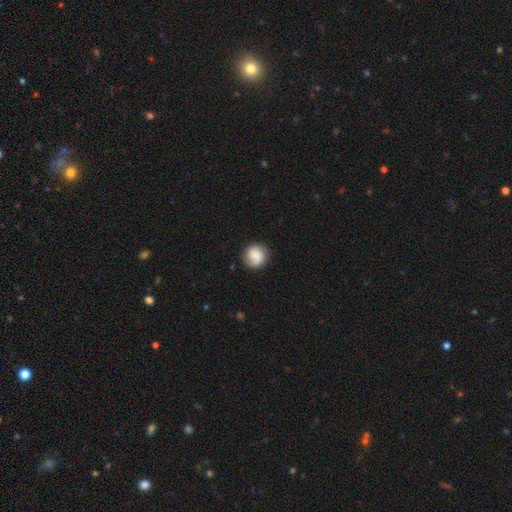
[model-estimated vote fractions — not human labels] smooth-or-featured: smooth: 69% | featured or disk: 24% | star or artifact: 8%
  how-rounded: round: 90% | in between: 9% | cigar-shaped: 1%
  merging: none: 82% | minor disturbance: 13% | major disturbance: 4% | merger: 1%